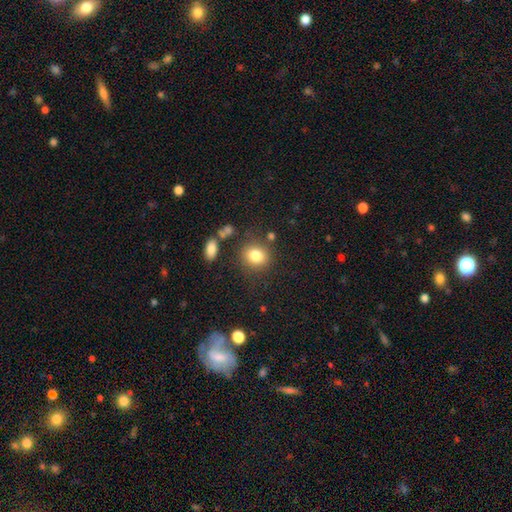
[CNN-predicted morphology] smooth-or-featured: smooth: 82% | star or artifact: 11% | featured or disk: 8%
  how-rounded: round: 74% | in between: 25% | cigar-shaped: 1%
  merging: none: 79% | minor disturbance: 11% | merger: 6% | major disturbance: 4%